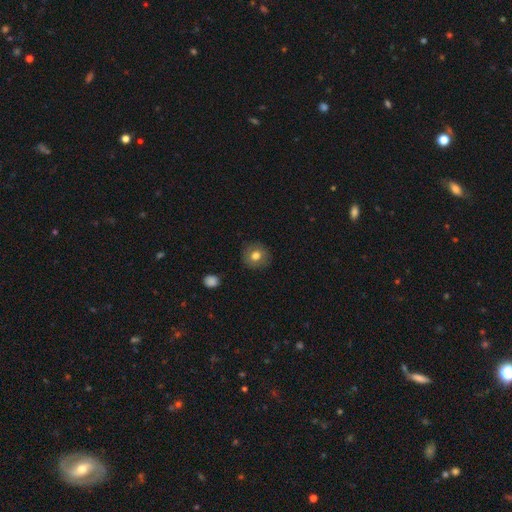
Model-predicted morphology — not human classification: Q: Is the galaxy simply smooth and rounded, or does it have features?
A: smooth — 76%.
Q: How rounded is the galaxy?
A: round — 88%.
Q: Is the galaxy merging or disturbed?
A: none — 87%.